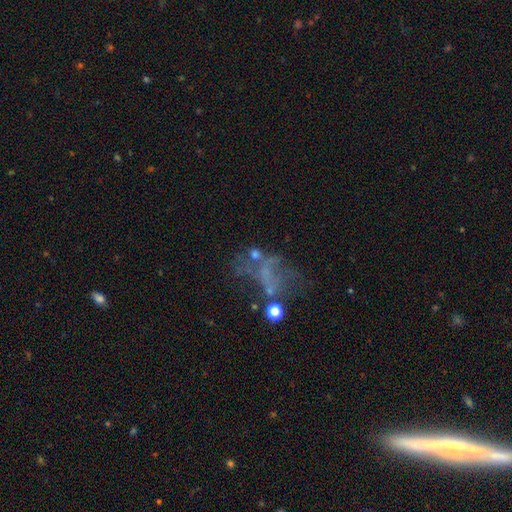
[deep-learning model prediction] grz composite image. It shows a featured or disk galaxy (48%). Merging: major disturbance (41%).